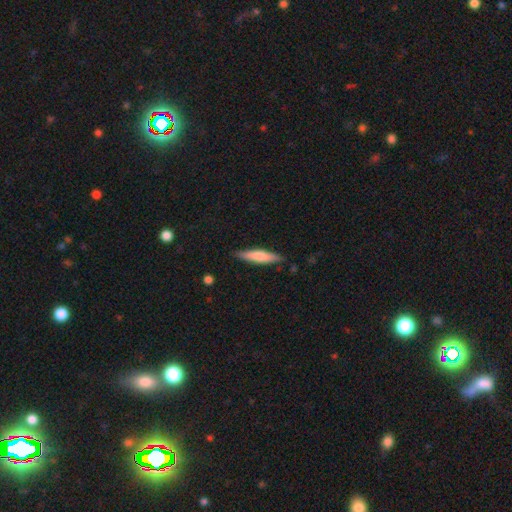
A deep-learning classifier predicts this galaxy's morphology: A smooth galaxy with no disk features (64%) that is cigar-shaped (86%). Merging: none (87%).